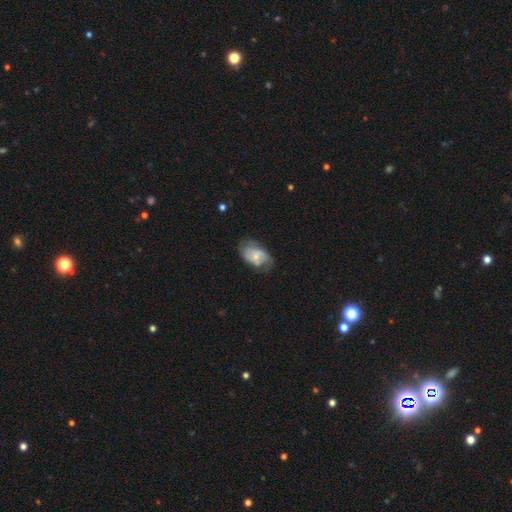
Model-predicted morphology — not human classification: Smooth or featured?
  - smooth: 47% *
  - featured or disk: 46%
  - star or artifact: 7%
Merging?
  - none: 52% *
  - minor disturbance: 30%
  - major disturbance: 15%
  - merger: 3%